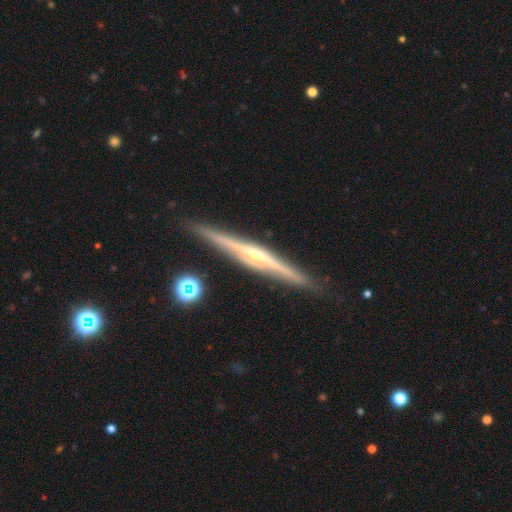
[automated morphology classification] Smooth or featured?
  - featured or disk: 86% *
  - smooth: 9%
  - star or artifact: 5%
Edge-on disk?
  - yes: 98% *
  - no: 2%
Edge-on bulge?
  - rounded: 82% *
  - none: 12%
  - boxy: 6%
Merging?
  - none: 90% *
  - minor disturbance: 7%
  - merger: 2%
  - major disturbance: 2%